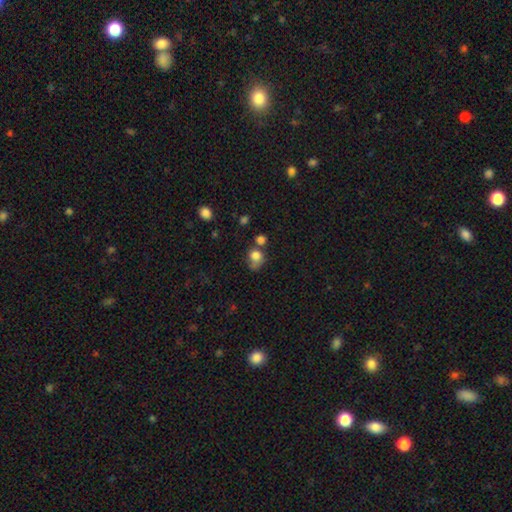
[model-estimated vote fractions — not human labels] This is likely a smooth galaxy (79%). How rounded: likely round (65%). Merging: marginally none (38%).